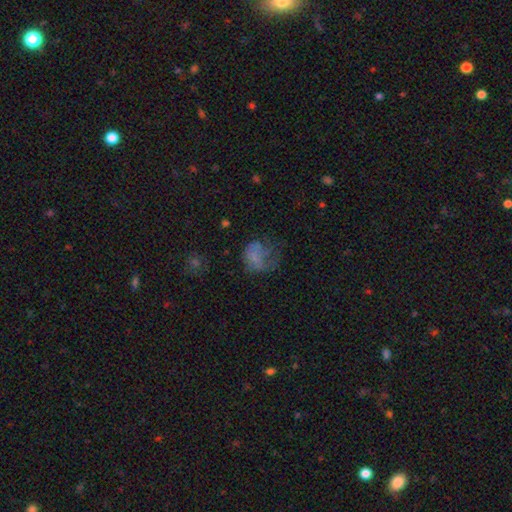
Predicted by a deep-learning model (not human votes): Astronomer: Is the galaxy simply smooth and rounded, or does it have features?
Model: smooth — 56%.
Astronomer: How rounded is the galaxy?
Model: round — 50% (runner-up: in between, 48%).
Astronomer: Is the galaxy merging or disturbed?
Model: major disturbance — 47% (runner-up: none, 27%).